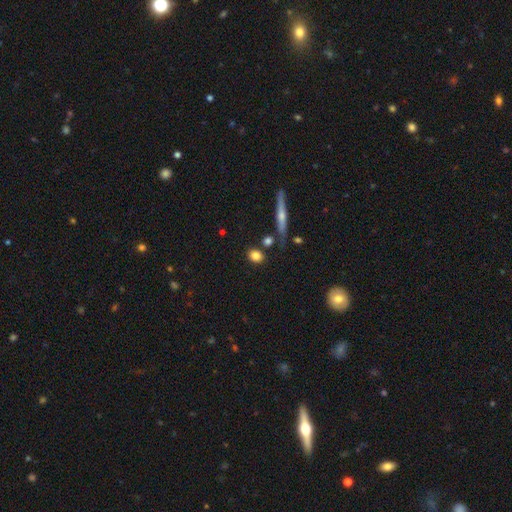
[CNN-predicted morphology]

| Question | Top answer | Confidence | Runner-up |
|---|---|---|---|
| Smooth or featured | smooth | 80% | featured or disk (11%) |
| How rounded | round | 54% | in between (41%) |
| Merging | none | 79% | minor disturbance (11%) |